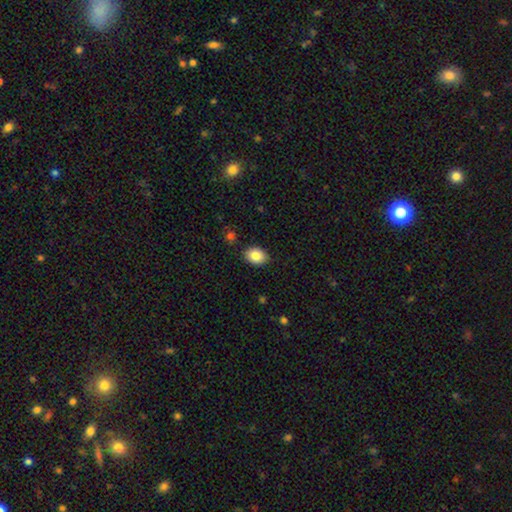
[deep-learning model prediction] smooth 85%, star or artifact 8%, featured or disk 7%. Down the decision tree: how rounded — in between (70%); merging — none (88%).